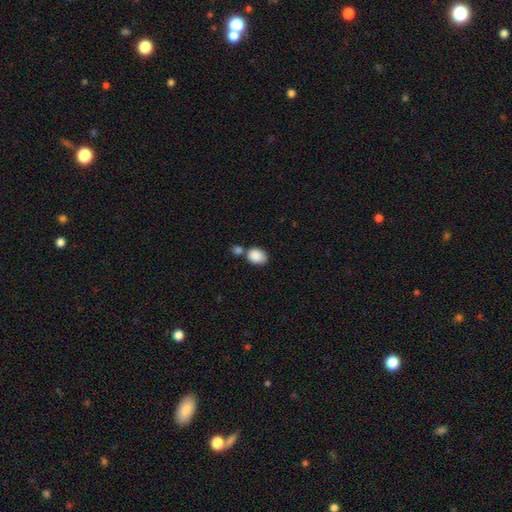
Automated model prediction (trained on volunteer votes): Smooth or featured? smooth (88%)
How rounded? in between (72%)
Merging? none (51%)